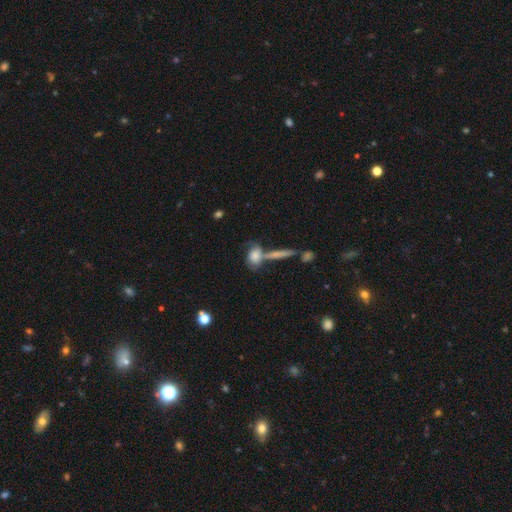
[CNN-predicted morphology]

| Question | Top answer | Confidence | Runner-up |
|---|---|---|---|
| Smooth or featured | smooth | 53% | featured or disk (38%) |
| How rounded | in between | 60% | round (21%) |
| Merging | merger | 38% | none (35%) |